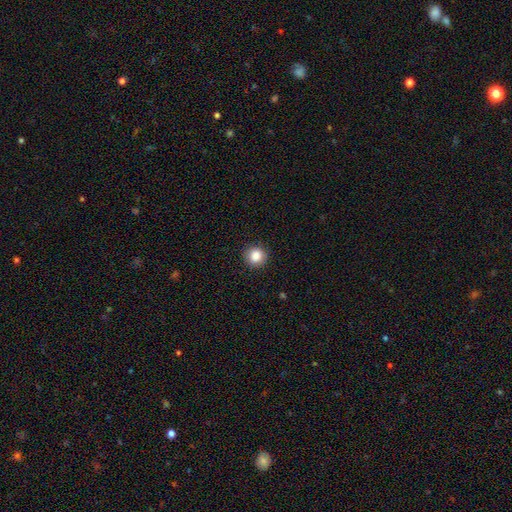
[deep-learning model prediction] The model was most divided on "smooth or featured": smooth: 86%, star or artifact: 10%, featured or disk: 4%. More confident: how rounded — round (92%); merging — none (91%).